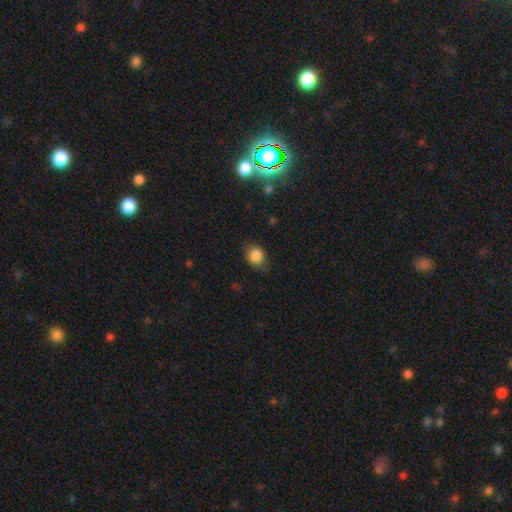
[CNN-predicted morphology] The model was most divided on "how rounded": in between: 51%, round: 48%, cigar-shaped: 1%. More confident: smooth or featured — smooth (84%); merging — none (72%).